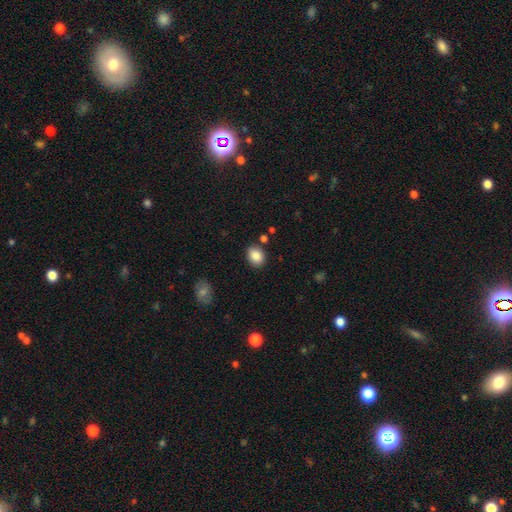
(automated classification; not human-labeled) smooth 86%, star or artifact 8%, featured or disk 5%. Down the decision tree: how rounded — in between (55%); merging — none (84%).